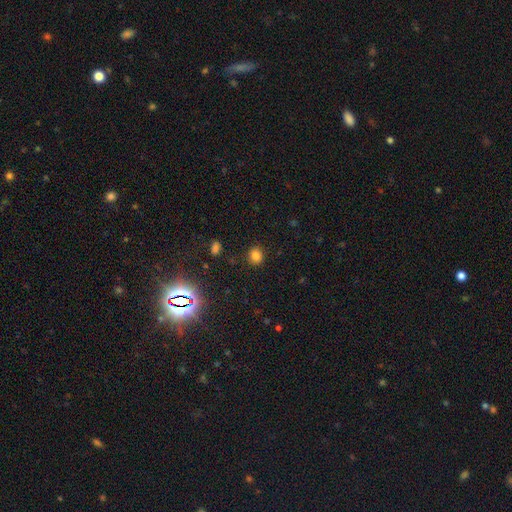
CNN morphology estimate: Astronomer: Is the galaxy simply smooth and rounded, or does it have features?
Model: smooth — 80%.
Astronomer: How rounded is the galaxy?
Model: round — 77%.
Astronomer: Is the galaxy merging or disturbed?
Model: none — 88%.